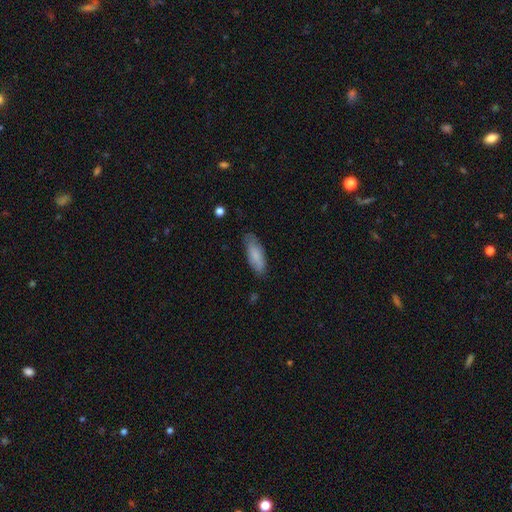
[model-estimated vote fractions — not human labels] The model was most divided on "how rounded": in between: 65%, cigar-shaped: 34%, round: 2%. More confident: smooth or featured — smooth (80%); merging — none (74%).